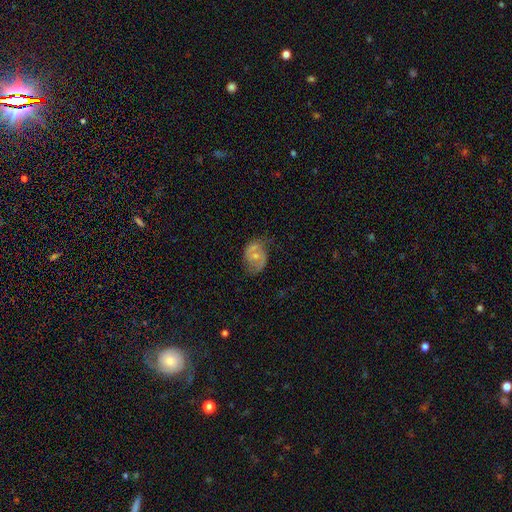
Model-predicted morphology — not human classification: Smooth or featured?
  - featured or disk: 62% *
  - smooth: 31%
  - star or artifact: 7%
Edge-on disk?
  - no: 97% *
  - yes: 3%
Bar?
  - no: 63% *
  - weak: 30%
  - strong: 7%
Spiral arms?
  - yes: 74% *
  - no: 26%
Bulge size?
  - moderate: 57% *
  - small: 36%
  - large: 3%
  - none: 2%
  - dominant: 1%
Merging?
  - none: 58% *
  - minor disturbance: 26%
  - major disturbance: 14%
  - merger: 2%